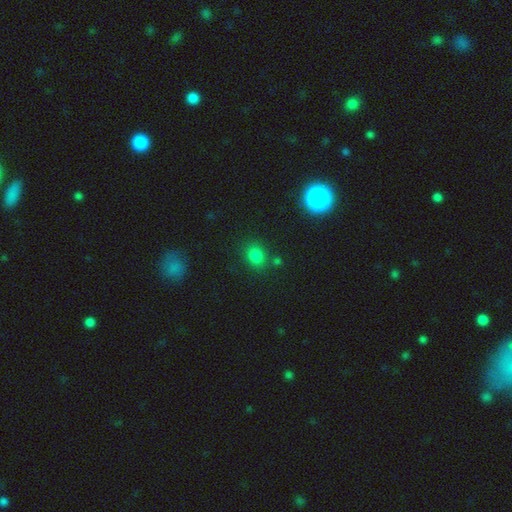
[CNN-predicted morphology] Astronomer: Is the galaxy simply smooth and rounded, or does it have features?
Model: smooth — 77%.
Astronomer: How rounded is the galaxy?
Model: round — 54% (runner-up: in between, 44%).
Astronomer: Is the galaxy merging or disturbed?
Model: none — 77%.